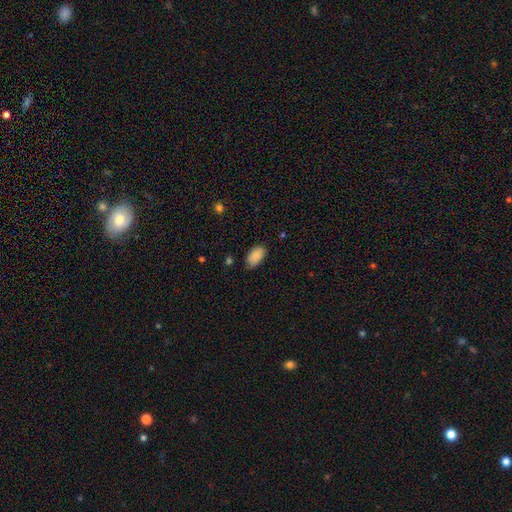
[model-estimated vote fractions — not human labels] A smooth galaxy with no disk features (86%) that is in between round and cigar-shaped (94%).

Vote fractions:
- Smooth or featured? smooth: 86% / featured or disk: 7% / star or artifact: 7%
- How rounded? in between: 94% / round: 4% / cigar-shaped: 2%
- Merging? none: 71% / minor disturbance: 23% / major disturbance: 4% / merger: 1%